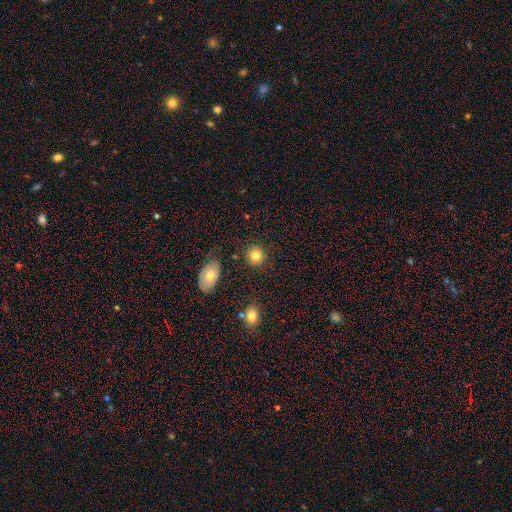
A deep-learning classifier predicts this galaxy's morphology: A smooth galaxy with no disk features (82%) that is round (86%). Merging: none (86%).